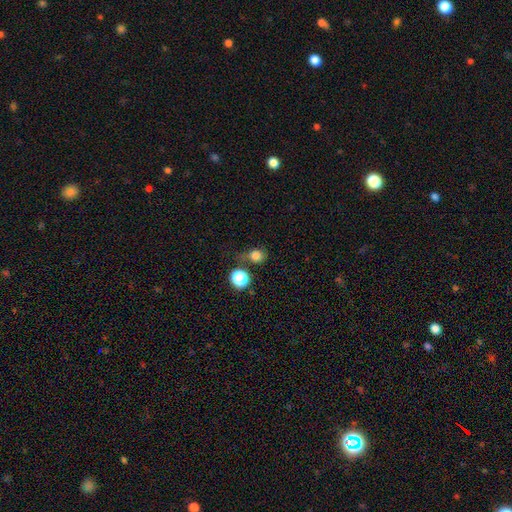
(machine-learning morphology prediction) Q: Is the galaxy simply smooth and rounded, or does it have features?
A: smooth — 78%.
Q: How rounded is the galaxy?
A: round — 73%.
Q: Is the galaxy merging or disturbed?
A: none — 56%.